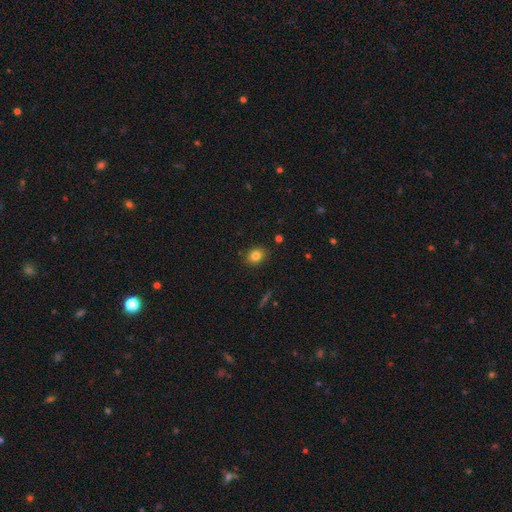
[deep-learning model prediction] This is clearly a smooth galaxy (82%). How rounded: possibly round (55%). Merging: clearly none (88%).